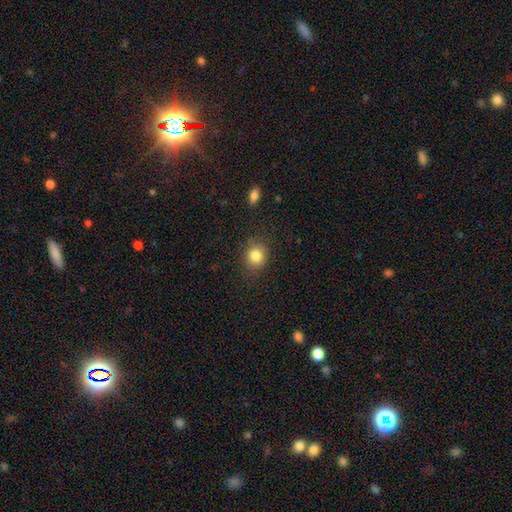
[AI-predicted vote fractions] This is clearly a smooth galaxy (83%). How rounded: likely round (78%). Merging: clearly none (85%).